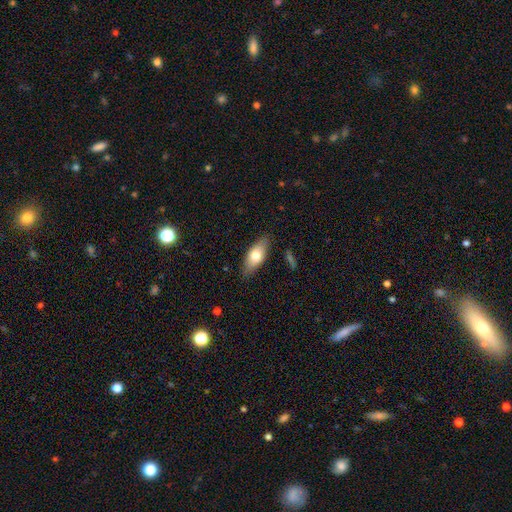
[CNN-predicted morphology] Q: Smooth or featured?
A: smooth (68%); runner-up: featured or disk (25%)
Q: How rounded?
A: in between (79%); runner-up: cigar-shaped (18%)
Q: Merging?
A: none (84%); runner-up: minor disturbance (12%)